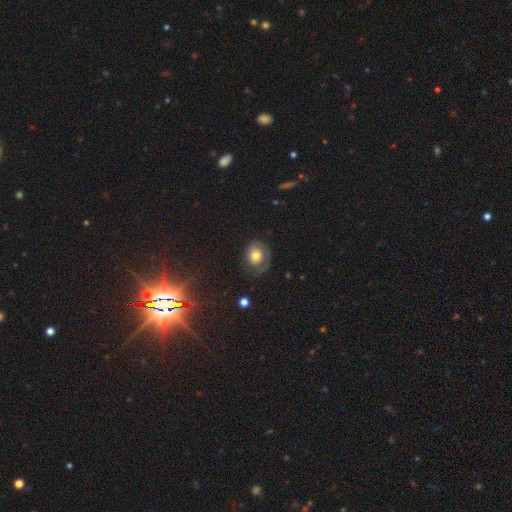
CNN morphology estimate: Smooth or featured? smooth (53%)
How rounded? round (59%)
Merging? none (64%)